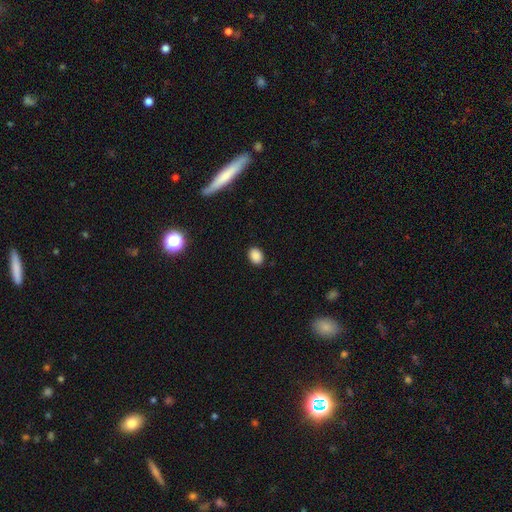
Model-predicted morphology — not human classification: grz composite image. It shows a smooth galaxy with no disk features (88%) that is in between round and cigar-shaped (67%). Merging: none (89%).